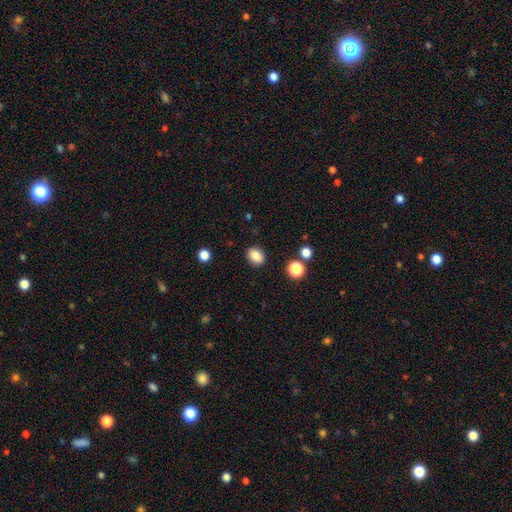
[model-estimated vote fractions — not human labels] Smooth or featured: smooth — 85% (star or artifact — 10%)
How rounded: in between — 59% (round — 40%)
Merging: none — 88% (minor disturbance — 8%)